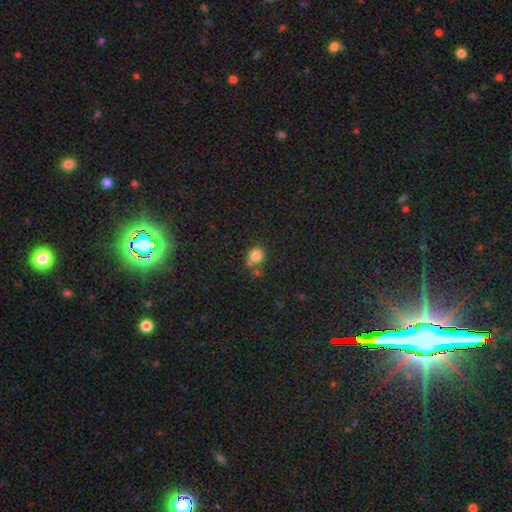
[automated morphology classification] This appears to be a smooth galaxy with no disk features (81%) that is round (80%). Merging: none (63%).